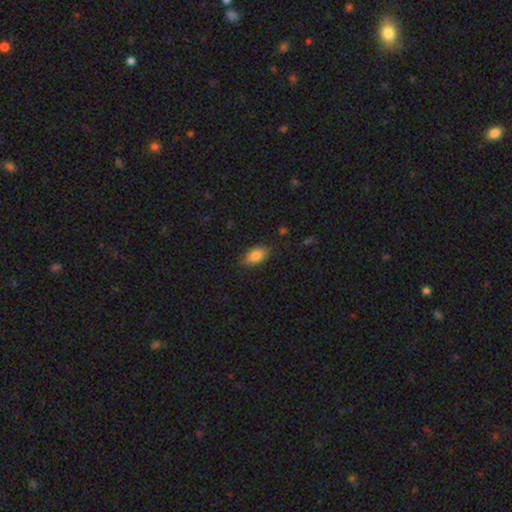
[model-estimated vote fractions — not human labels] A smooth galaxy with no disk features (83%) that is in between round and cigar-shaped (89%).

Vote fractions:
- Smooth or featured? smooth: 83% / featured or disk: 8% / star or artifact: 8%
- How rounded? in between: 89% / round: 7% / cigar-shaped: 4%
- Merging? none: 83% / minor disturbance: 13% / major disturbance: 3% / merger: 1%